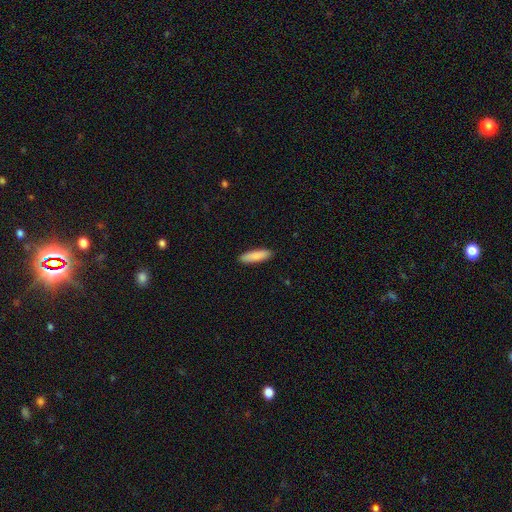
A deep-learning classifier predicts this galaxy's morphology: Smooth or featured?
  - smooth: 87% *
  - featured or disk: 7%
  - star or artifact: 6%
How rounded?
  - cigar-shaped: 69% *
  - in between: 29%
  - round: 1%
Merging?
  - none: 91% *
  - minor disturbance: 7%
  - major disturbance: 1%
  - merger: 1%